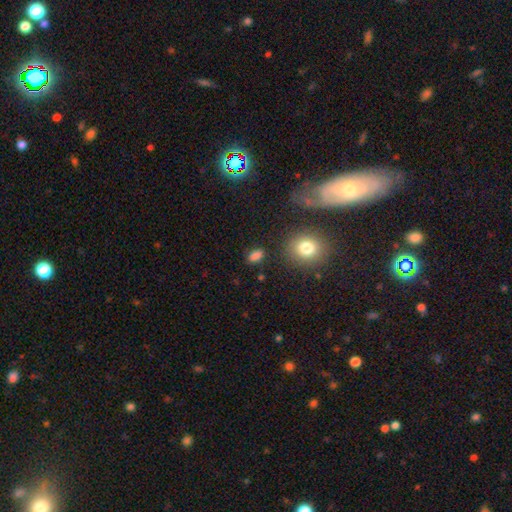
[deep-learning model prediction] The model was most divided on "how rounded": in between: 83%, round: 14%, cigar-shaped: 3%. More confident: smooth or featured — smooth (83%); merging — none (83%).